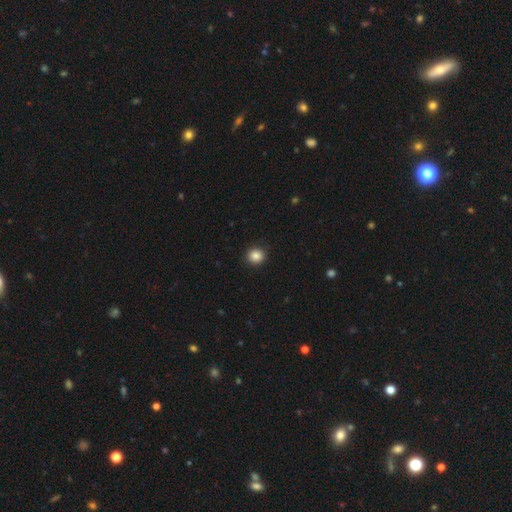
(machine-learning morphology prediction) smooth 86%, star or artifact 10%, featured or disk 4%. Down the decision tree: how rounded — round (88%); merging — none (91%).